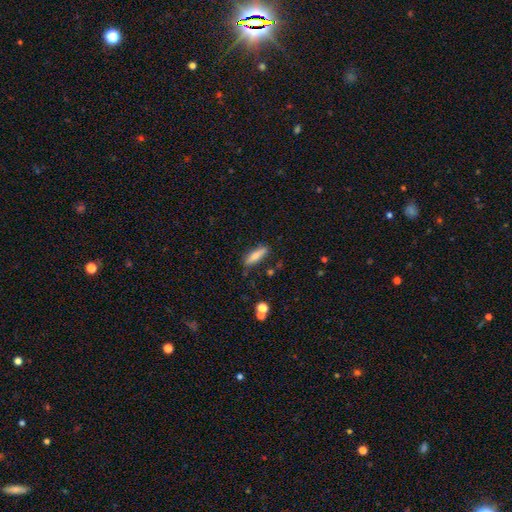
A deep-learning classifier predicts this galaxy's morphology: Smooth or featured? Predicted: smooth (p=0.80). How rounded? Predicted: cigar-shaped (p=0.62). Merging? Predicted: none (p=0.79).